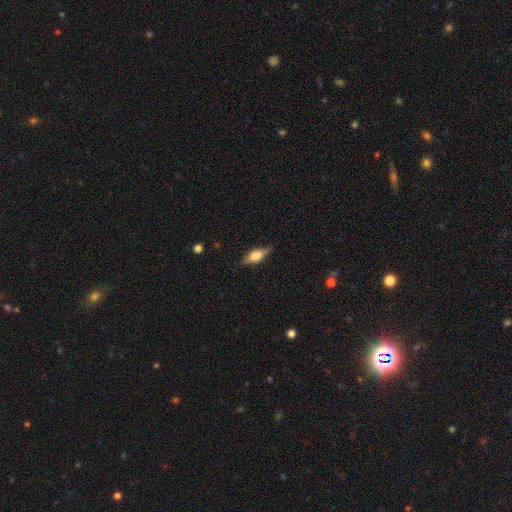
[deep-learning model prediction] smooth-or-featured: smooth: 47% | featured or disk: 46% | star or artifact: 7%
  merging: none: 82% | minor disturbance: 14% | major disturbance: 3% | merger: 1%